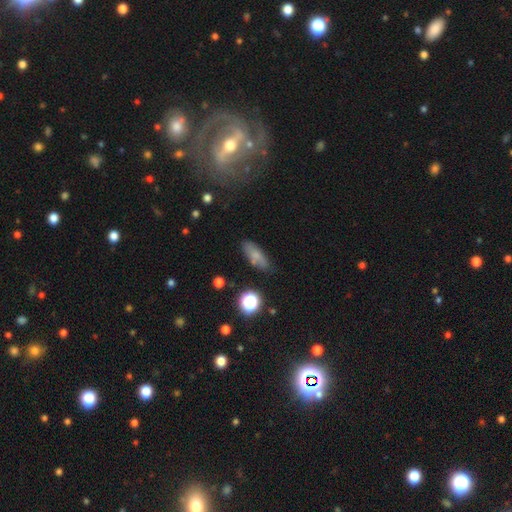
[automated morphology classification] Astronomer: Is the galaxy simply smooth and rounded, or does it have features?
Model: smooth — 69%.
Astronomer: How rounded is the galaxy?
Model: in between — 68%.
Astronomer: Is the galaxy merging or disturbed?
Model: none — 70%.